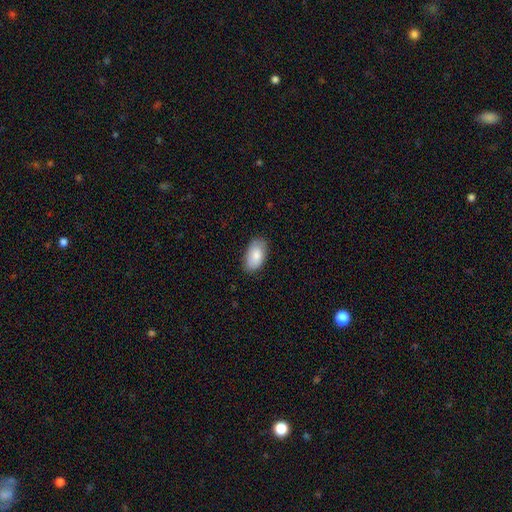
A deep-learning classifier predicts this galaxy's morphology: Smooth or featured? Predicted: smooth (p=0.85). How rounded? Predicted: in between (p=0.95). Merging? Predicted: none (p=0.80).